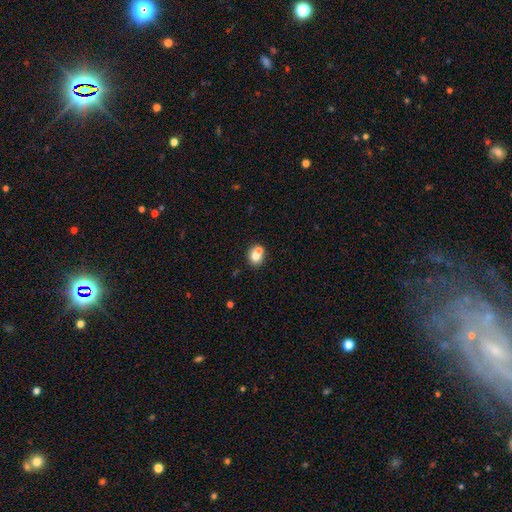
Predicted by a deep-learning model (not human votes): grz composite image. It shows a smooth galaxy with no disk features (72%) that is round (72%). Merging: merger (50%).